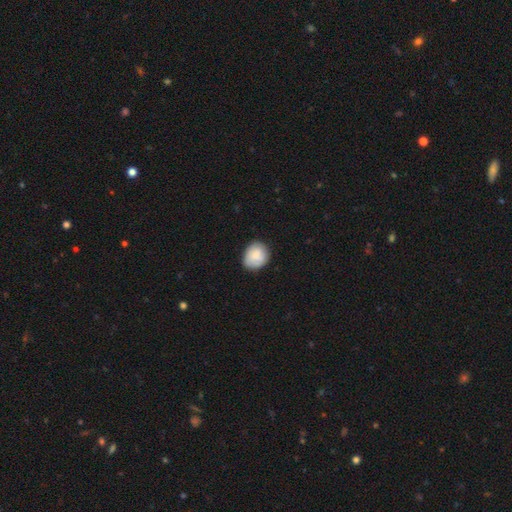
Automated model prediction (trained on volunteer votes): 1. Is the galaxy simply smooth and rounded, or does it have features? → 80% smooth, 14% featured or disk, 6% star or artifact.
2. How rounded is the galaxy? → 61% round, 39% in between, 1% cigar-shaped.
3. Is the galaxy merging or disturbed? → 73% none, 22% minor disturbance, 4% major disturbance, 1% merger.